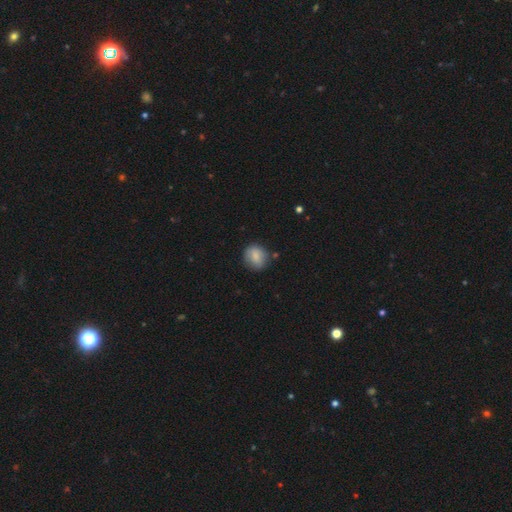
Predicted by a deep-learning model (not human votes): This is clearly a smooth galaxy (80%). How rounded: likely round (73%). Merging: likely none (76%).